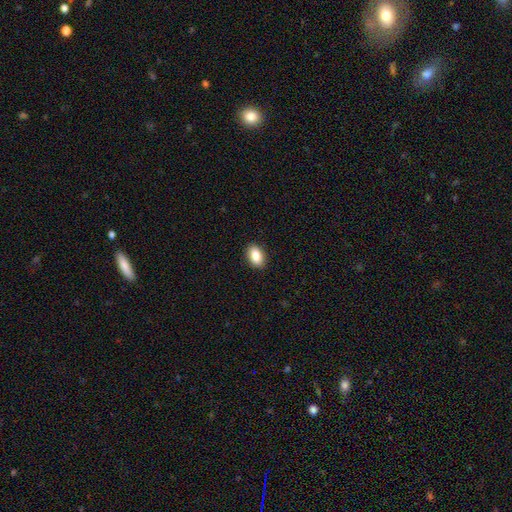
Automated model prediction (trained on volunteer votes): The model was most divided on "how rounded": in between: 88%, round: 10%, cigar-shaped: 2%. More confident: merging — none (90%); smooth or featured — smooth (86%).